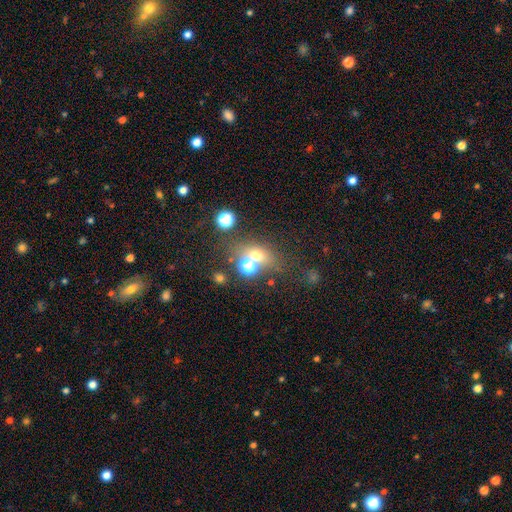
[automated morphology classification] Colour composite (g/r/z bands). It shows a smooth galaxy with no disk features (55%) that is round (54%). Merging: none (54%).